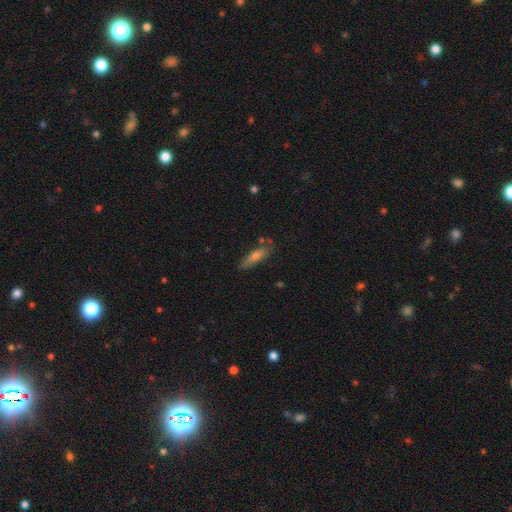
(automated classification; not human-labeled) Smooth or featured? smooth (61%)
How rounded? cigar-shaped (76%)
Merging? none (76%)